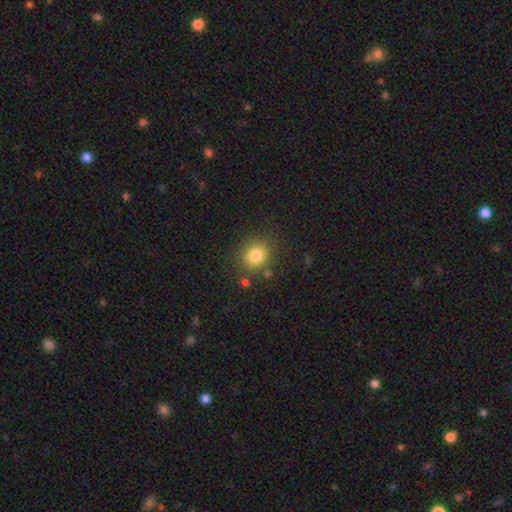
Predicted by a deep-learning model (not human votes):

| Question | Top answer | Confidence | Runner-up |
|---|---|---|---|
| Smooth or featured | smooth | 81% | star or artifact (12%) |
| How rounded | round | 76% | in between (23%) |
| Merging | none | 81% | minor disturbance (11%) |